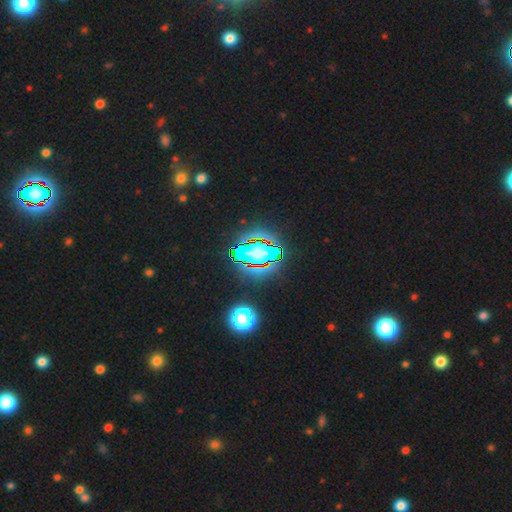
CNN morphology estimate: Smooth or featured: star or artifact — 77% (smooth — 13%)